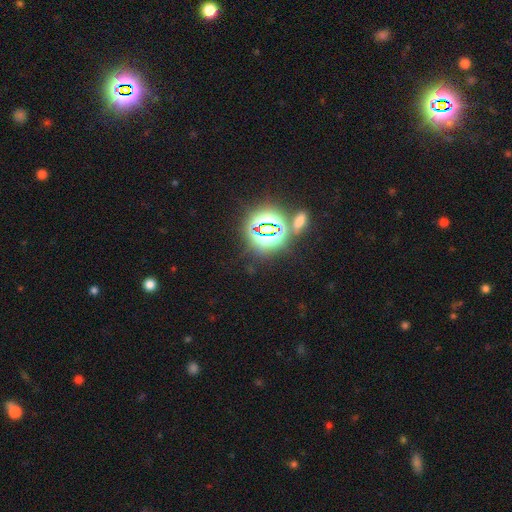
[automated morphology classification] type=star or artifact (81%).